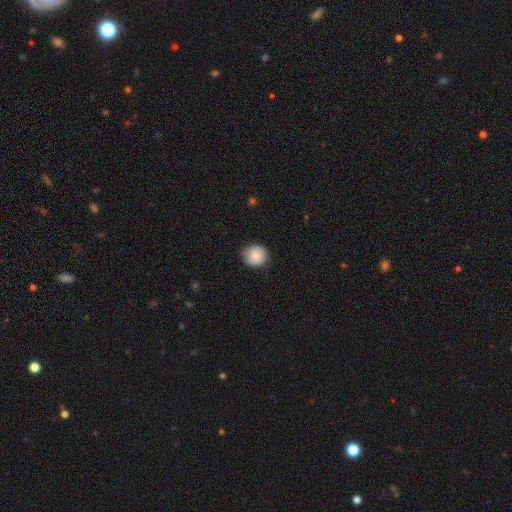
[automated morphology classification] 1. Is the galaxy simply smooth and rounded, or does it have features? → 79% smooth, 13% featured or disk, 8% star or artifact.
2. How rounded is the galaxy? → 87% round, 12% in between, 1% cigar-shaped.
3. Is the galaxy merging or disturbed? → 82% none, 14% minor disturbance, 3% major disturbance, 1% merger.